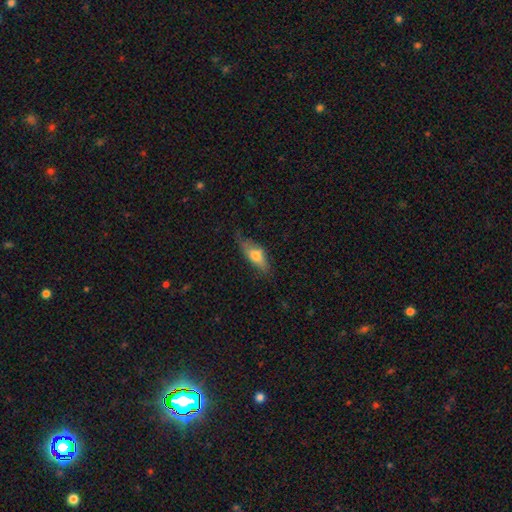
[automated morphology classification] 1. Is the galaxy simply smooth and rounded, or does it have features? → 67% smooth, 26% featured or disk, 7% star or artifact.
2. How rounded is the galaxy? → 72% in between, 25% cigar-shaped, 3% round.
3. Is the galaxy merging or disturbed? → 53% none, 33% minor disturbance, 12% major disturbance, 2% merger.